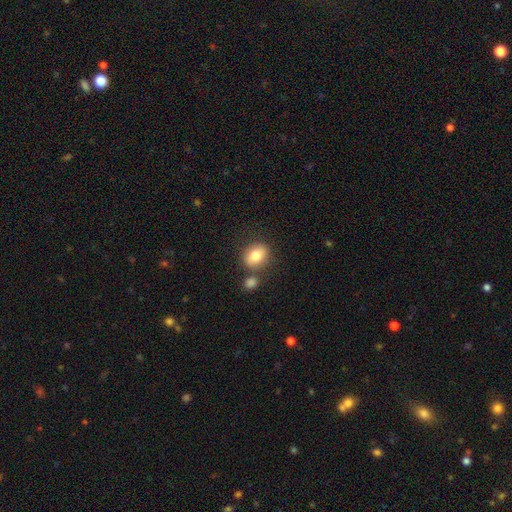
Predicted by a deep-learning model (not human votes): Smooth or featured? smooth (80%)
How rounded? in between (58%)
Merging? none (67%)